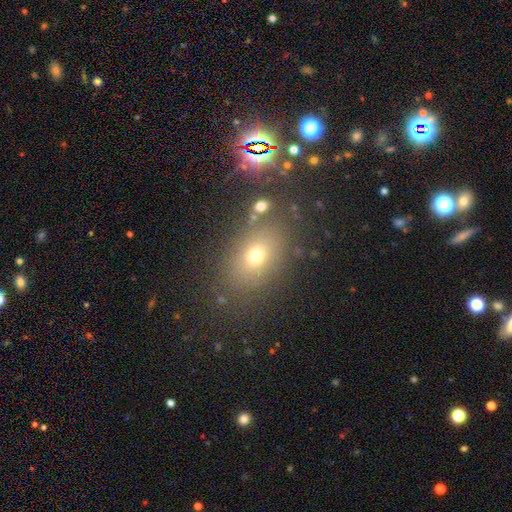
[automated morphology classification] smooth-or-featured: smooth: 63% | star or artifact: 23% | featured or disk: 14%
  how-rounded: in between: 68% | round: 30% | cigar-shaped: 2%
  merging: none: 79% | minor disturbance: 11% | major disturbance: 5% | merger: 5%